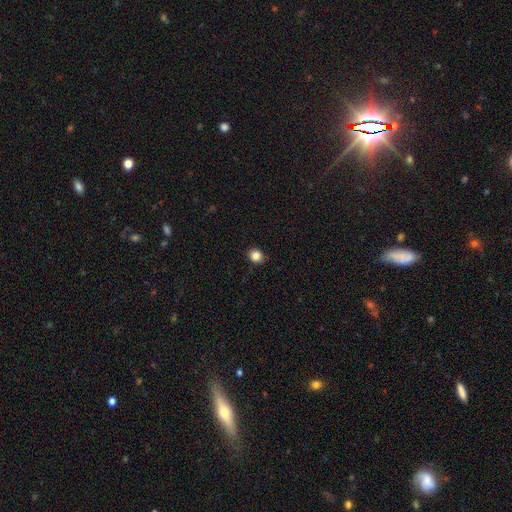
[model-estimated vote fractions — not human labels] The model was most divided on "how rounded": round: 77%, in between: 22%, cigar-shaped: 1%. More confident: merging — none (89%); smooth or featured — smooth (85%).